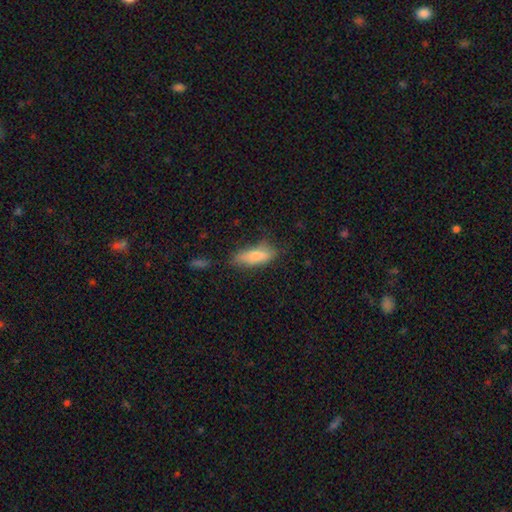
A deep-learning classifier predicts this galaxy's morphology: Smooth or featured? Predicted: smooth (p=0.74). How rounded? Predicted: in between (p=0.60). Merging? Predicted: none (p=0.63).